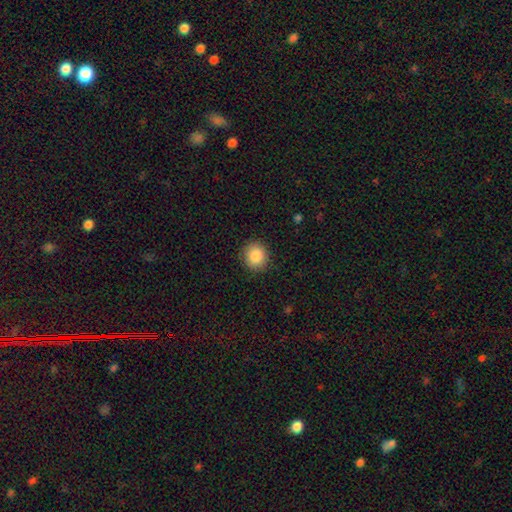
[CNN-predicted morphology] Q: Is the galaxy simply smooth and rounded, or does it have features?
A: smooth — 87%.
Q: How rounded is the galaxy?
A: round — 87%.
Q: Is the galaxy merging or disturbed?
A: none — 89%.